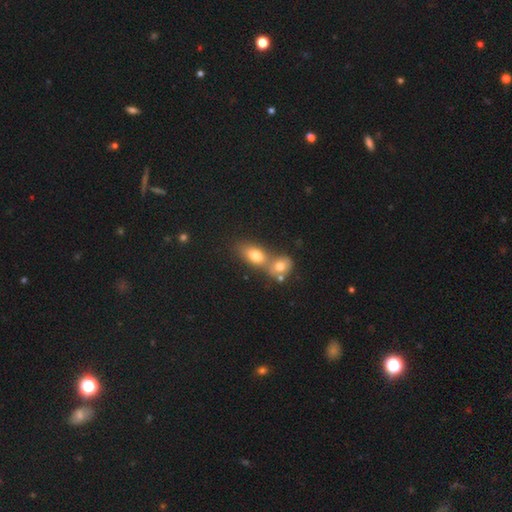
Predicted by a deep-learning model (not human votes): Smooth or featured?
  - smooth: 75% *
  - featured or disk: 15%
  - star or artifact: 11%
How rounded?
  - in between: 75% *
  - round: 21%
  - cigar-shaped: 4%
Merging?
  - merger: 57% *
  - none: 32%
  - minor disturbance: 8%
  - major disturbance: 3%